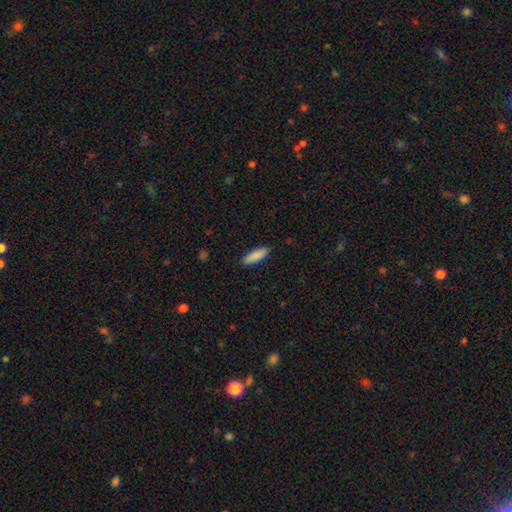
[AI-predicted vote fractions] Q: Smooth or featured?
A: smooth (88%); runner-up: featured or disk (6%)
Q: How rounded?
A: in between (57%); runner-up: cigar-shaped (41%)
Q: Merging?
A: none (88%); runner-up: minor disturbance (9%)